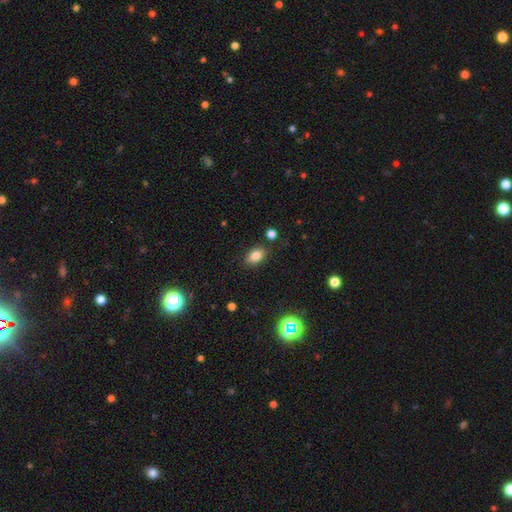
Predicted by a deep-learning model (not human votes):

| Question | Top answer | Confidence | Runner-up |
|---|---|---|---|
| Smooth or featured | smooth | 82% | star or artifact (10%) |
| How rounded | in between | 87% | round (11%) |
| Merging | none | 84% | minor disturbance (10%) |